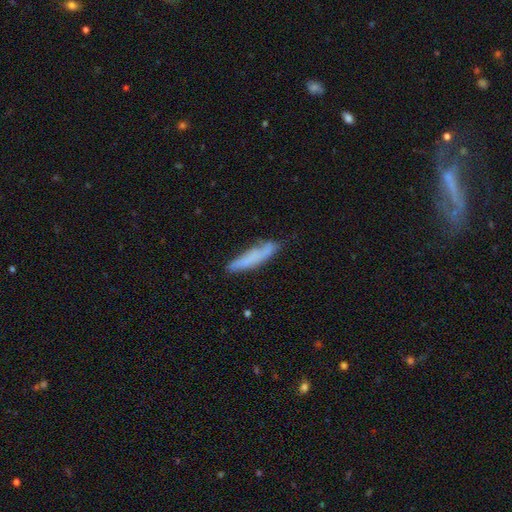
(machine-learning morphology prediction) Q: Smooth or featured?
A: smooth (67%); runner-up: featured or disk (26%)
Q: How rounded?
A: cigar-shaped (86%); runner-up: in between (12%)
Q: Merging?
A: none (70%); runner-up: minor disturbance (22%)